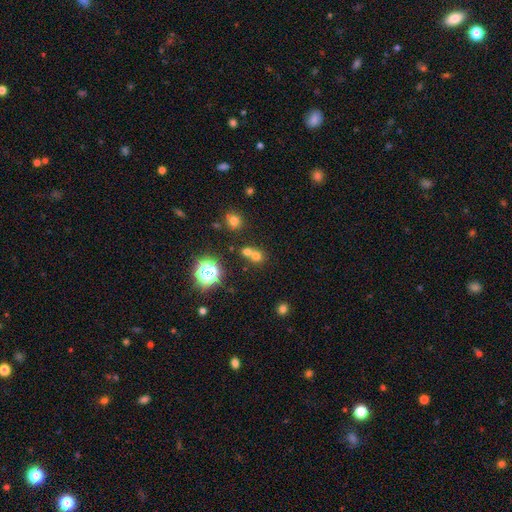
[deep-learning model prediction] The model was most divided on "merging": merger: 49%, none: 42%, minor disturbance: 6%, major disturbance: 3%. More confident: how rounded — round (81%); smooth or featured — smooth (63%).